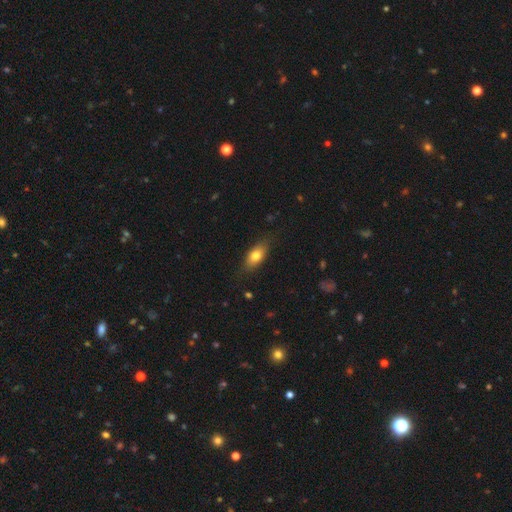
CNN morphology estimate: smooth 76%, featured or disk 17%, star or artifact 7%. Down the decision tree: how rounded — in between (82%); merging — none (80%).